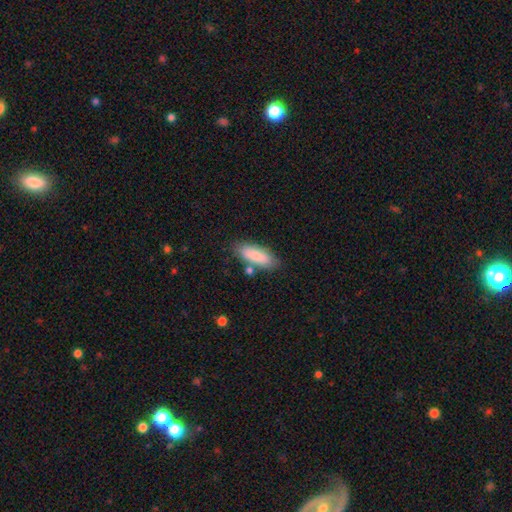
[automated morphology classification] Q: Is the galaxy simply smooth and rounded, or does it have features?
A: smooth — 85%.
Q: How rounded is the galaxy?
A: in between — 67%.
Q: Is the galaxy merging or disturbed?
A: none — 76%.